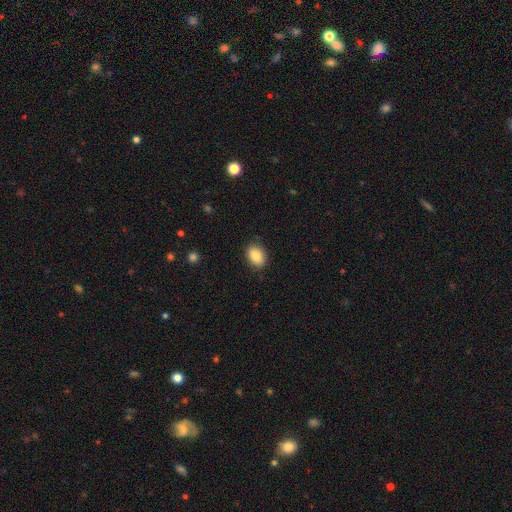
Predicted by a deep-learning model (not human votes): Overall: smooth (87%). How rounded: in between (81%). Merging: none (86%).